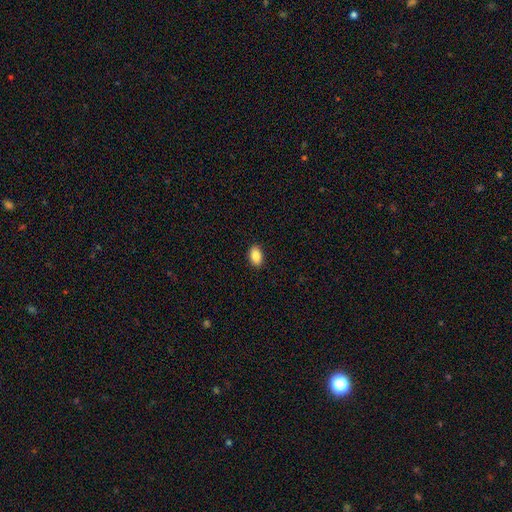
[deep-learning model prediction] Smooth or featured: smooth — 88% (star or artifact — 7%)
How rounded: in between — 90% (round — 8%)
Merging: none — 89% (minor disturbance — 8%)